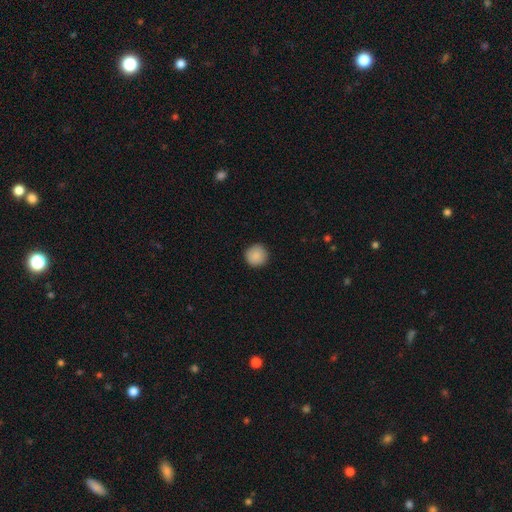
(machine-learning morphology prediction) Smooth or featured? Predicted: smooth (p=0.89). How rounded? Predicted: round (p=0.95). Merging? Predicted: none (p=0.92).